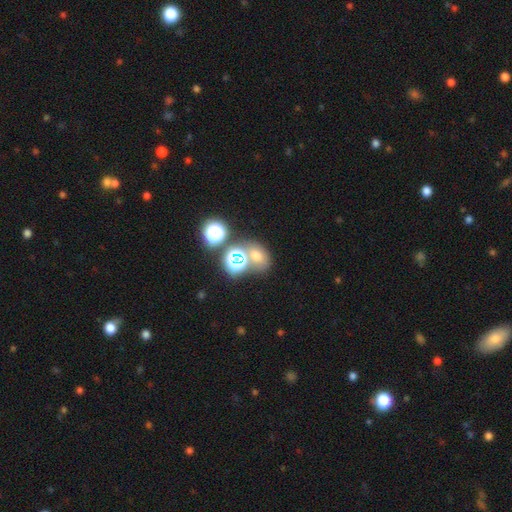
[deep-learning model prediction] Q: Smooth or featured?
A: smooth (56%); runner-up: star or artifact (32%)
Q: How rounded?
A: in between (53%); runner-up: round (46%)
Q: Merging?
A: none (51%); runner-up: merger (30%)